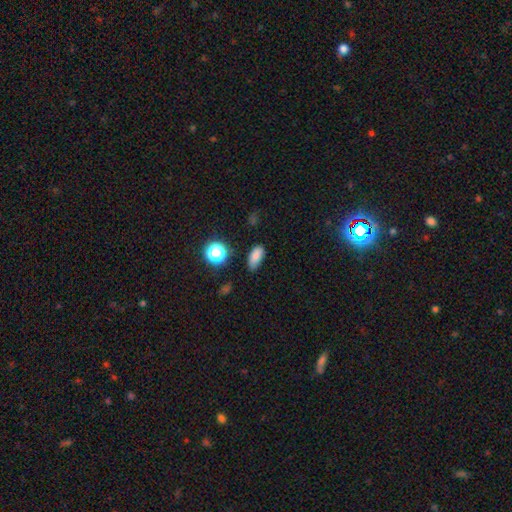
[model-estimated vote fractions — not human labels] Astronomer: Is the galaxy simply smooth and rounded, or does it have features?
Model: smooth — 80%.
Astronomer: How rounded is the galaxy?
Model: in between — 84%.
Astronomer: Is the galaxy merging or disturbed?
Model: none — 71%.